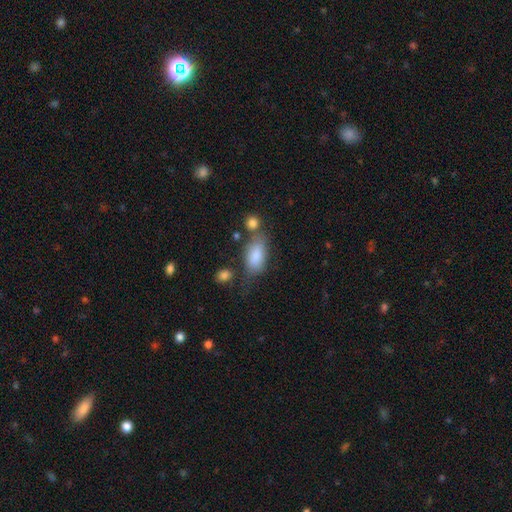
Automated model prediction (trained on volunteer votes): Morphology: type=smooth (83%); roundness=in between (89%); merging=none (51%).